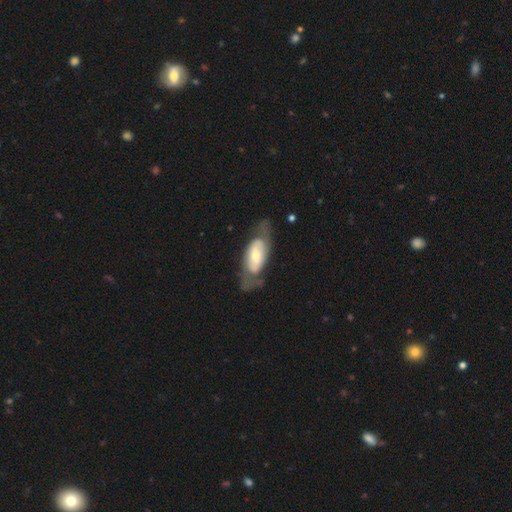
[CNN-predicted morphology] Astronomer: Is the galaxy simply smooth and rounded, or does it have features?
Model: featured or disk — 59% (runner-up: smooth, 36%).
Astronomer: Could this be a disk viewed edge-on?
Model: no — 87%.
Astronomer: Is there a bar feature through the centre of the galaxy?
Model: no — 60%.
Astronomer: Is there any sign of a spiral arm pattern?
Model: yes — 59% (runner-up: no, 41%).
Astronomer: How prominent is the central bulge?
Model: small — 43% (runner-up: moderate, 42%).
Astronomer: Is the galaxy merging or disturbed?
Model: none — 50%.